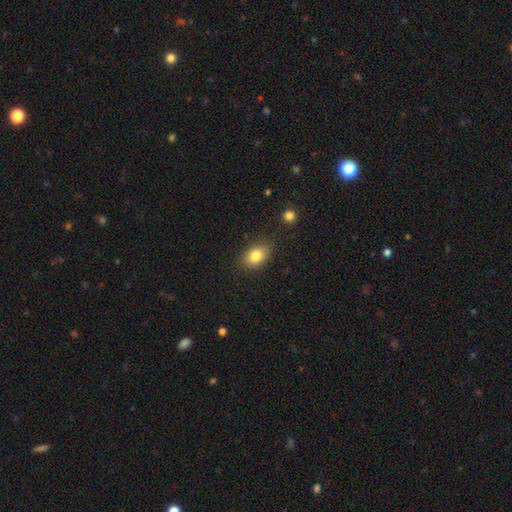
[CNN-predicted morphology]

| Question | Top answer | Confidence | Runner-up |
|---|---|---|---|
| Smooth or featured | smooth | 82% | featured or disk (9%) |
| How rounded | in between | 82% | round (16%) |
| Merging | none | 83% | minor disturbance (12%) |